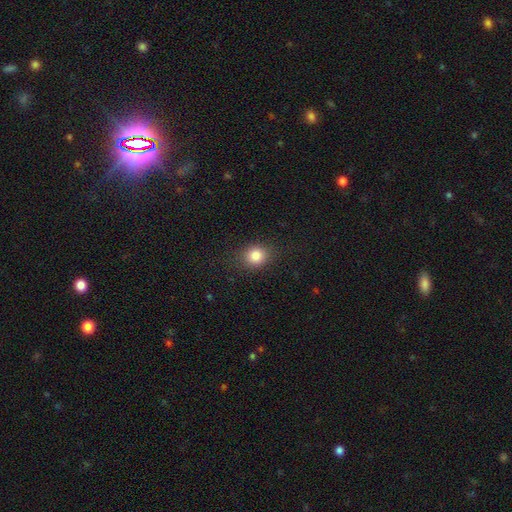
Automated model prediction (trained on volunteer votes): Smooth or featured? smooth (83%)
How rounded? round (72%)
Merging? none (85%)